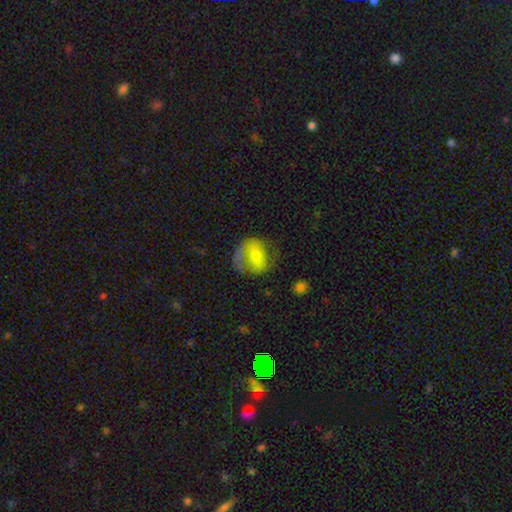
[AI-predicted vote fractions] featured or disk 51%, smooth 42%, star or artifact 7%. Down the decision tree: edge-on disk — no (96%); merging — none (50%).